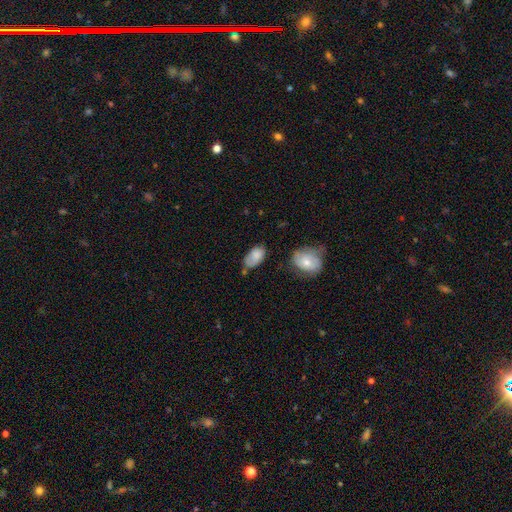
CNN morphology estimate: type=smooth (76%); roundness=in between (92%); merging=none (51%).